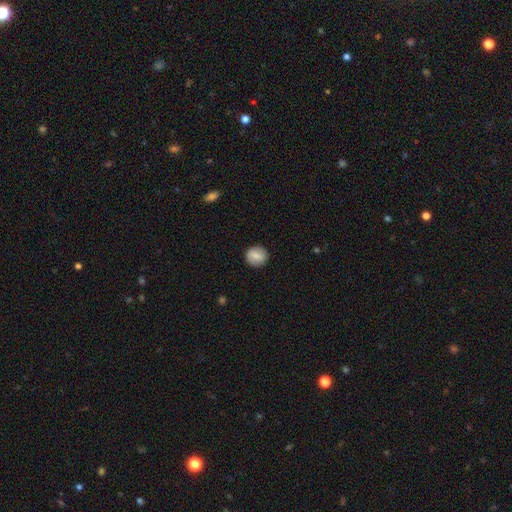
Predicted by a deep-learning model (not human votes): smooth-or-featured: smooth: 75% | featured or disk: 18% | star or artifact: 7%
  how-rounded: round: 84% | in between: 15% | cigar-shaped: 1%
  merging: none: 89% | minor disturbance: 8% | major disturbance: 2% | merger: 1%